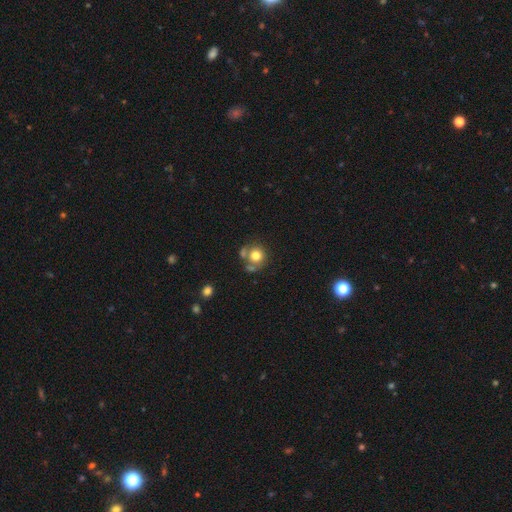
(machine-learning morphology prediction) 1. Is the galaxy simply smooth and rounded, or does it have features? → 75% smooth, 14% featured or disk, 11% star or artifact.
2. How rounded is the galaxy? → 87% round, 12% in between, 1% cigar-shaped.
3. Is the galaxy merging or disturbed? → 56% none, 24% merger, 14% minor disturbance, 6% major disturbance.